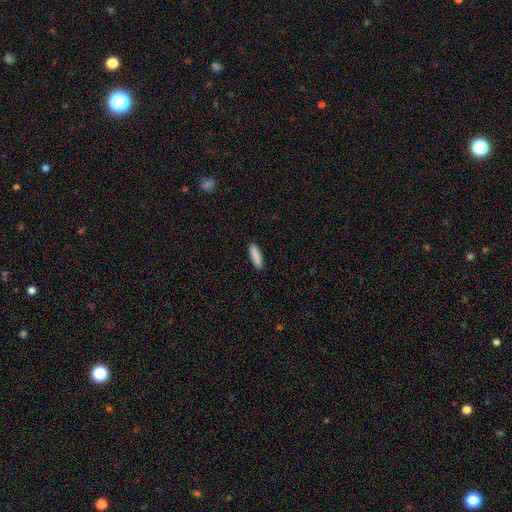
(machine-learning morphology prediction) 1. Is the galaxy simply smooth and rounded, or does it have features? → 90% smooth, 6% star or artifact, 5% featured or disk.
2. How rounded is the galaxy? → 57% cigar-shaped, 41% in between, 1% round.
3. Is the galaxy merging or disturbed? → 91% none, 7% minor disturbance, 2% major disturbance, 1% merger.